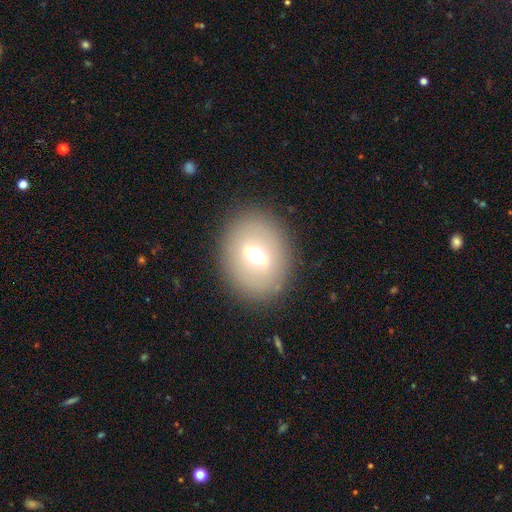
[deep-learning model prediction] Overall: smooth (55%; featured or disk 33%). How rounded: round (54%; in between 45%). Merging: none (85%).